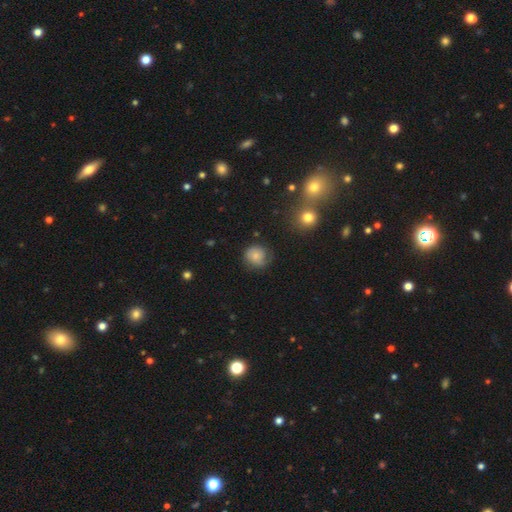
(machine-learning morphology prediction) This appears to be a smooth galaxy with no disk features (61%) that is round (81%). Merging: none (62%).